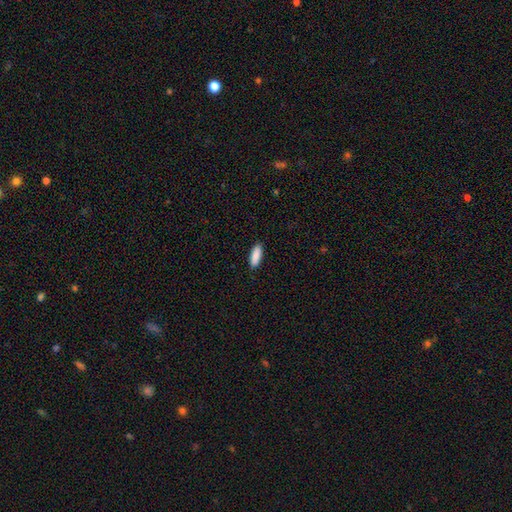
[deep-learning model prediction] Overall: smooth (90%). How rounded: in between (62%; cigar-shaped 36%). Merging: none (90%).